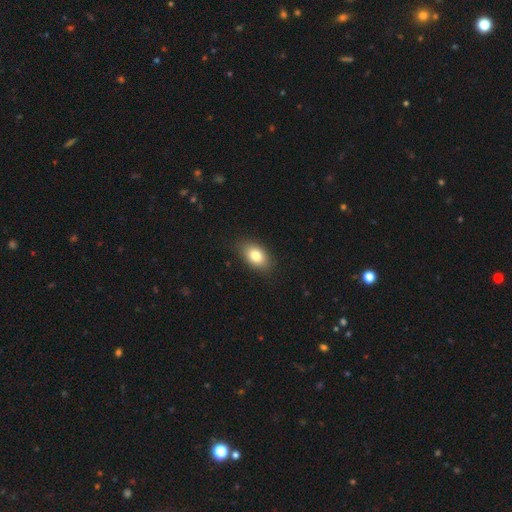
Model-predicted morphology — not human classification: This is clearly a smooth galaxy (82%). How rounded: clearly in between (88%). Merging: clearly none (85%).